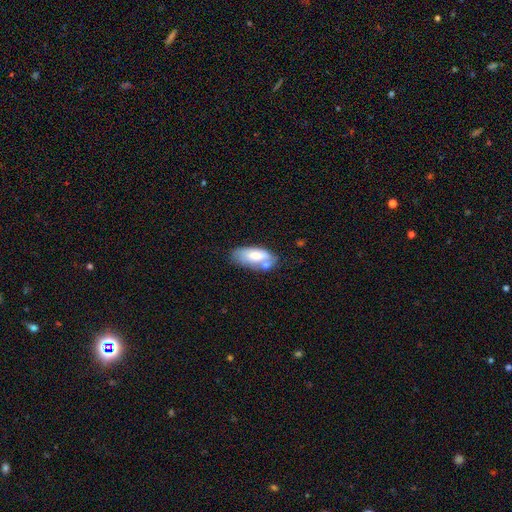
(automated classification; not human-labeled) smooth_or_featured: smooth (p=0.70) [alt: featured or disk p=0.24]
how_rounded: in between (p=0.88) [alt: cigar-shaped p=0.09]
merging: none (p=0.46) [alt: minor disturbance p=0.23]